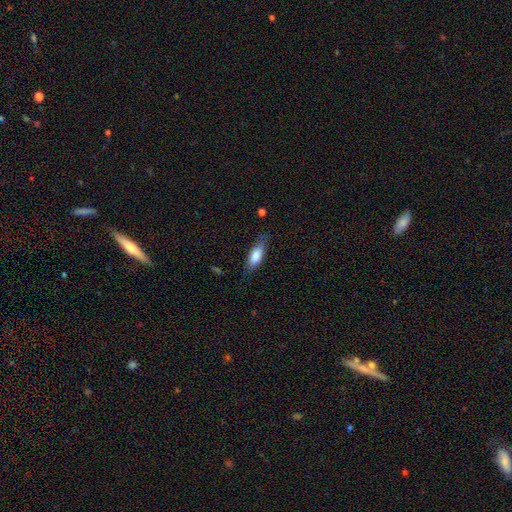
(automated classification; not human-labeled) Smooth or featured? Predicted: smooth (p=0.78). How rounded? Predicted: in between (p=0.68). Merging? Predicted: none (p=0.73).